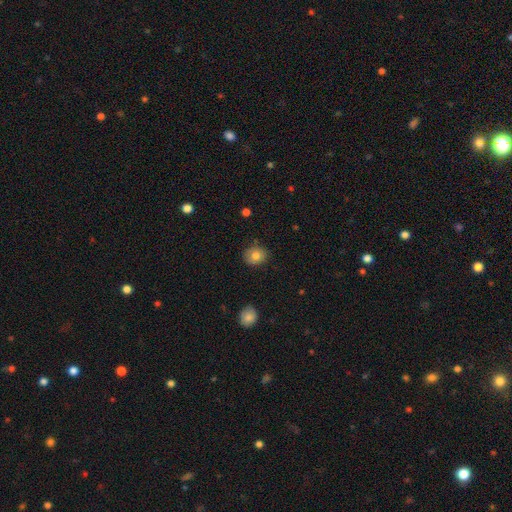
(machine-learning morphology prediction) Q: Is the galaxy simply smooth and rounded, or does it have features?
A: smooth — 80%.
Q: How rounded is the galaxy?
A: round — 72%.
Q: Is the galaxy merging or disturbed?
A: none — 83%.